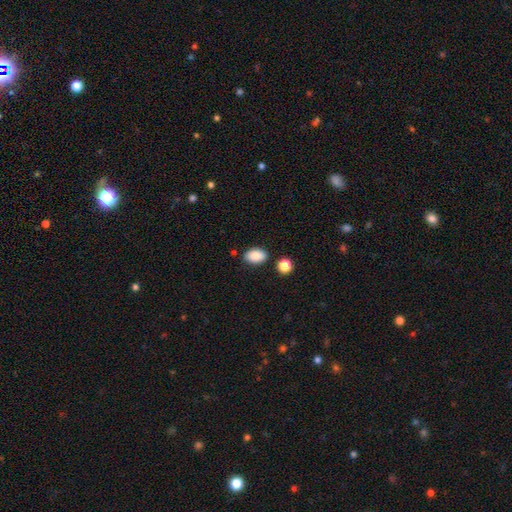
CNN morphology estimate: The model was most divided on "merging": none: 82%, minor disturbance: 11%, merger: 4%, major disturbance: 3%. More confident: how rounded — in between (89%); smooth or featured — smooth (88%).